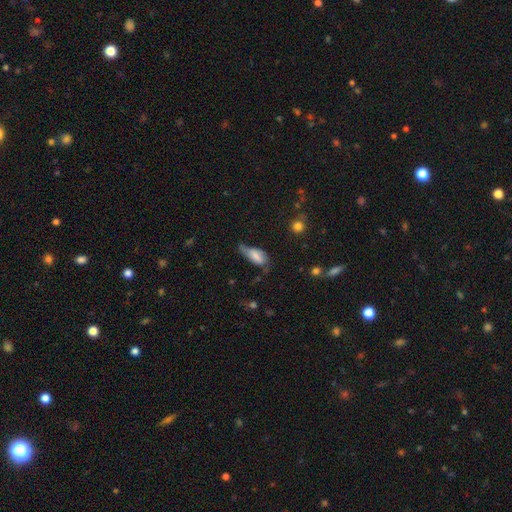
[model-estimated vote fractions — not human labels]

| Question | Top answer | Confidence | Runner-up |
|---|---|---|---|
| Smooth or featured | smooth | 65% | featured or disk (27%) |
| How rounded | in between | 83% | cigar-shaped (14%) |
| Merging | minor disturbance | 43% | none (28%) |